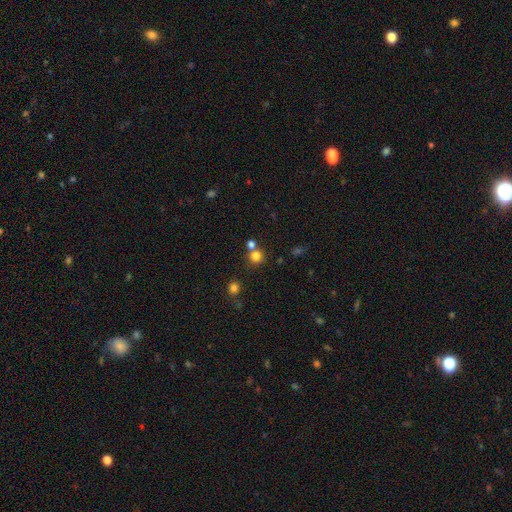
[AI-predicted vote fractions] smooth_or_featured: smooth (p=0.77) [alt: star or artifact p=0.16]
how_rounded: round (p=0.91) [alt: in between p=0.08]
merging: none (p=0.64) [alt: merger p=0.26]